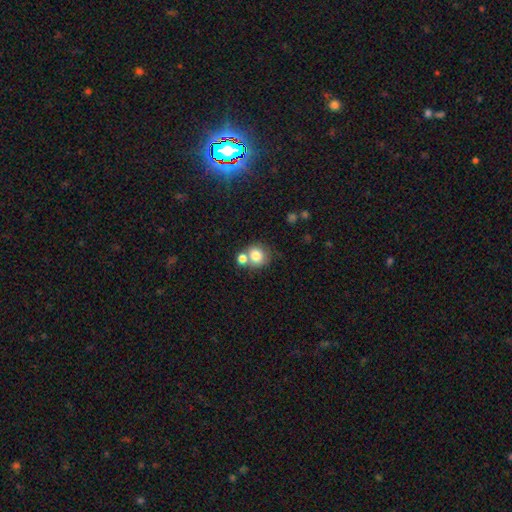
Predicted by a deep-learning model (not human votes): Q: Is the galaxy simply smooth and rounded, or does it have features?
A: smooth — 79%.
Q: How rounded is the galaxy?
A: round — 82%.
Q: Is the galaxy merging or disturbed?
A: none — 52%.